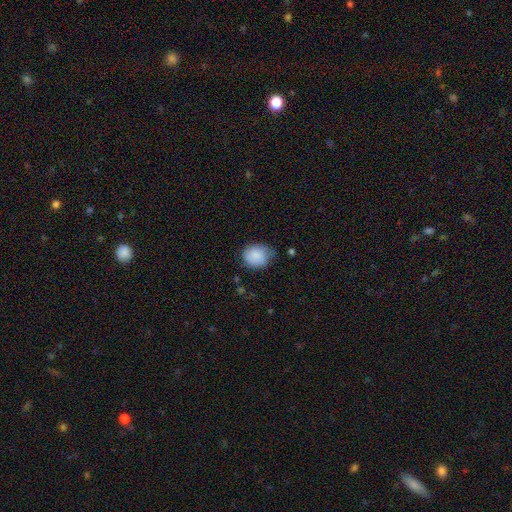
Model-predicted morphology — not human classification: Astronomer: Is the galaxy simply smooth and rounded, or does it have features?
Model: smooth — 86%.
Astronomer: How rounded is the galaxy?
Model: round — 68%.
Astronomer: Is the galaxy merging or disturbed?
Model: none — 59%.